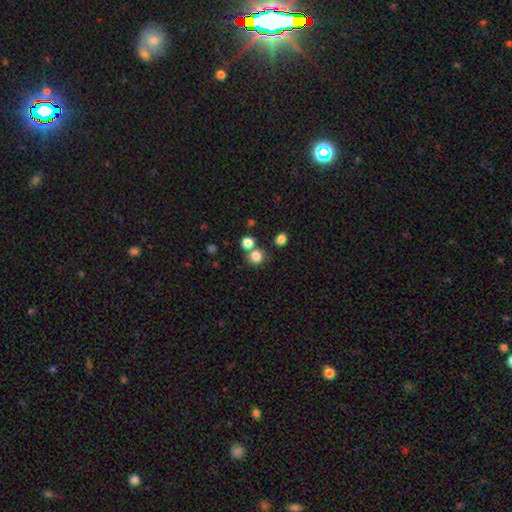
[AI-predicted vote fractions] Smooth or featured? Predicted: smooth (p=0.81). How rounded? Predicted: round (p=0.87). Merging? Predicted: none (p=0.65).